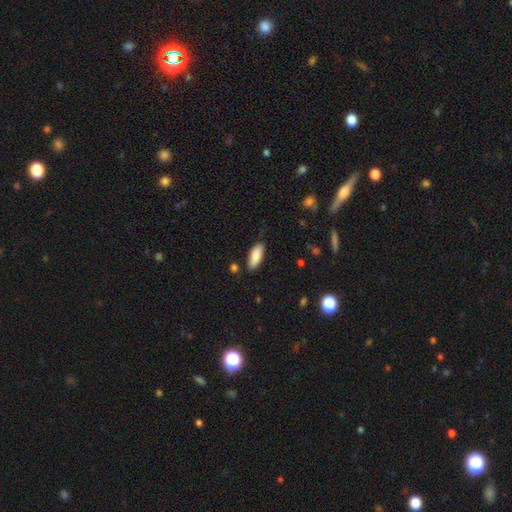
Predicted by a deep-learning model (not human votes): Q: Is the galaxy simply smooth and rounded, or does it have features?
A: smooth — 87%.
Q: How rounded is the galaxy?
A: in between — 78%.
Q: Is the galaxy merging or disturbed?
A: none — 84%.